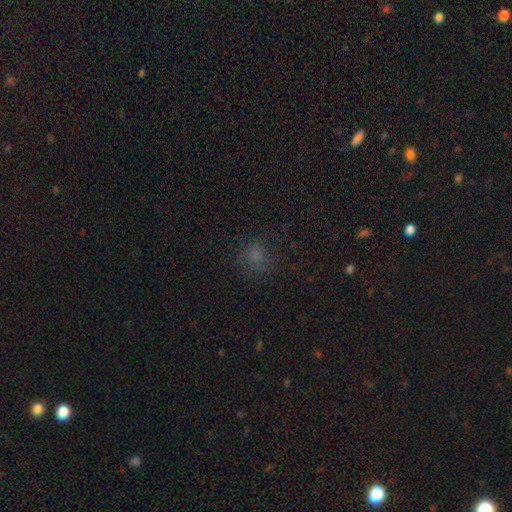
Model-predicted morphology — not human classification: This appears to be a smooth galaxy with no disk features (68%) that is round (81%). Merging: none (69%).